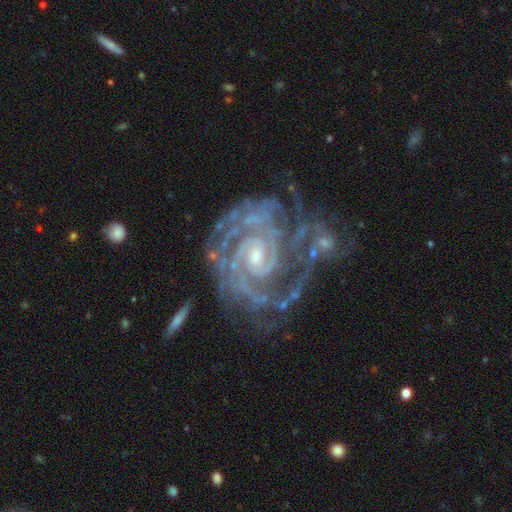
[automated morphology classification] Smooth or featured? Predicted: featured or disk (p=0.91). Edge-on disk? Predicted: no (p=0.98). Bar? Predicted: no (p=0.44). Spiral arms? Predicted: yes (p=0.97). Spiral winding? Predicted: tight (p=0.74). Spiral arm count? Predicted: 2 (p=0.34). Bulge size? Predicted: small (p=0.60). Merging? Predicted: none (p=0.53).